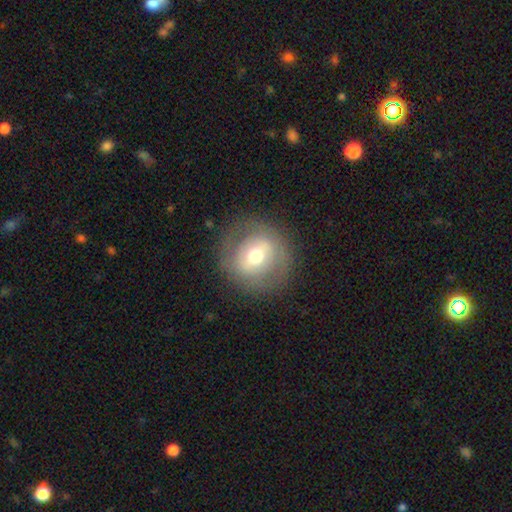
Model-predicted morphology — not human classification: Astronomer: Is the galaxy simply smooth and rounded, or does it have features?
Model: smooth — 49% (runner-up: featured or disk, 43%).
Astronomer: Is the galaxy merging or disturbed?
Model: none — 81%.